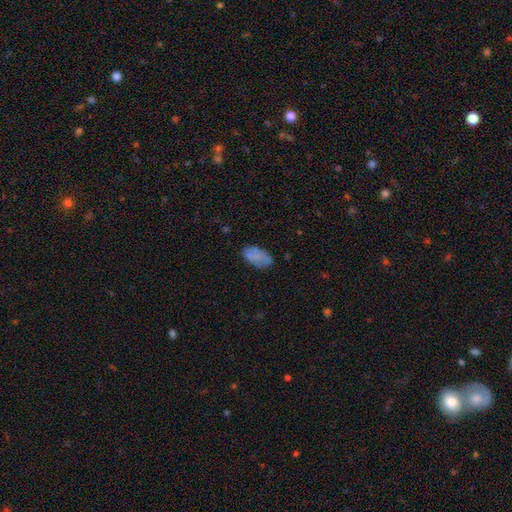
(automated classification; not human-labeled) Smooth or featured? smooth (72%)
How rounded? in between (94%)
Merging? none (69%)